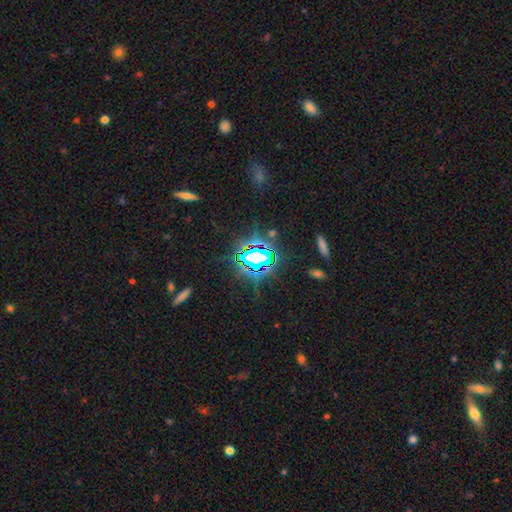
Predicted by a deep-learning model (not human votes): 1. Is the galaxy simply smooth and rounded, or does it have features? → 77% star or artifact, 12% smooth, 10% featured or disk.